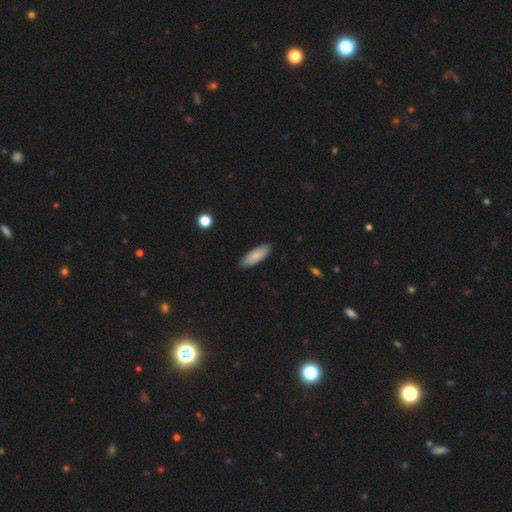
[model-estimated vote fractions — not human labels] Smooth or featured? Predicted: smooth (p=0.87). How rounded? Predicted: in between (p=0.61). Merging? Predicted: none (p=0.87).